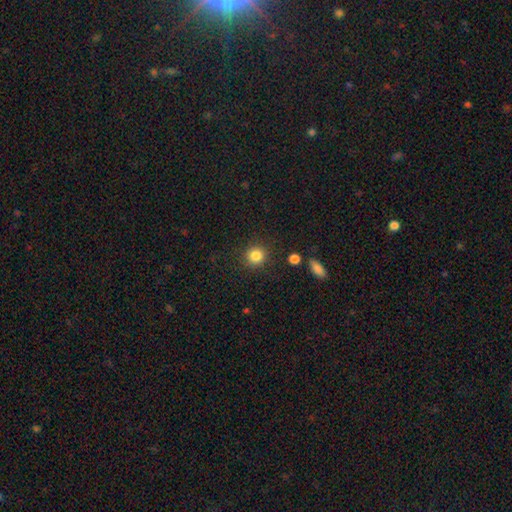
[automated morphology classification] Smooth or featured?
  - smooth: 85% *
  - star or artifact: 10%
  - featured or disk: 4%
How rounded?
  - round: 89% *
  - in between: 10%
  - cigar-shaped: 1%
Merging?
  - none: 86% *
  - minor disturbance: 8%
  - major disturbance: 3%
  - merger: 2%